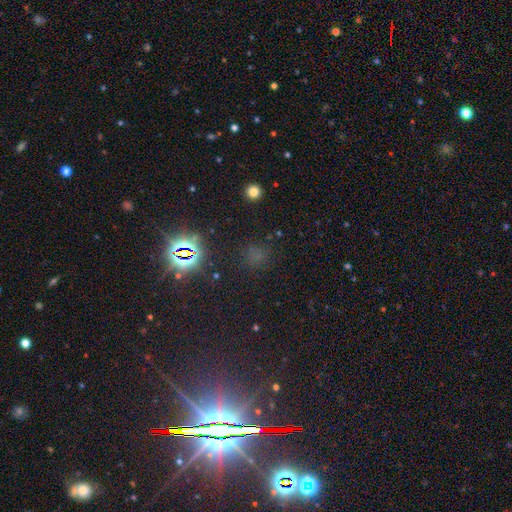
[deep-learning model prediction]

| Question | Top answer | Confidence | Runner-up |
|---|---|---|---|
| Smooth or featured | star or artifact | 61% | smooth (31%) |